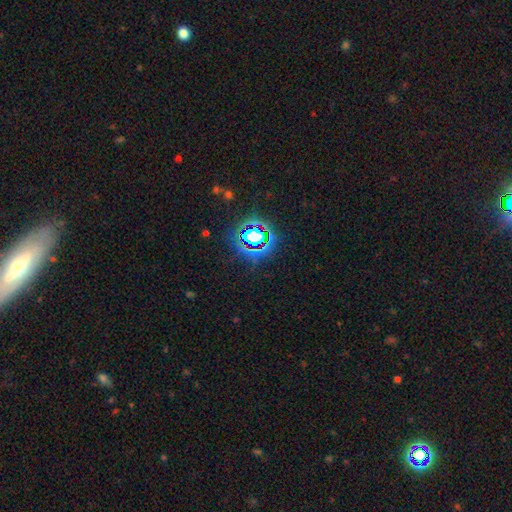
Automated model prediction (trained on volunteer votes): smooth-or-featured: star or artifact: 59% | smooth: 24% | featured or disk: 17%